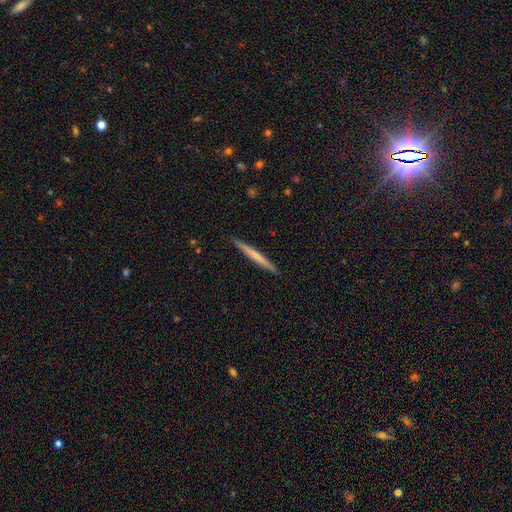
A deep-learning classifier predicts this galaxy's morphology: smooth_or_featured: smooth (p=0.51) [alt: featured or disk p=0.43]
how_rounded: cigar-shaped (p=0.97) [alt: in between p=0.02]
merging: none (p=0.92) [alt: minor disturbance p=0.06]